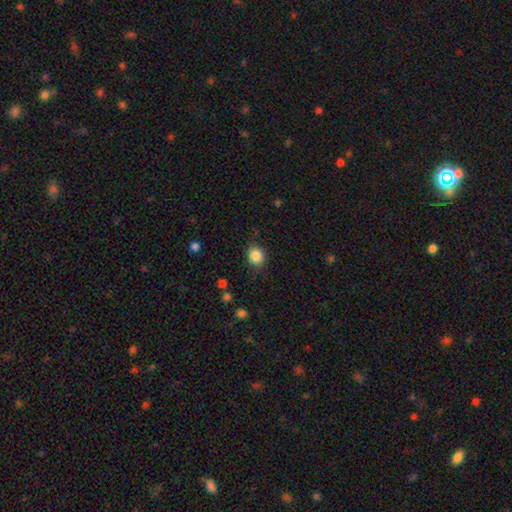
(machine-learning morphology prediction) Overall: smooth (86%). How rounded: round (80%). Merging: none (83%).